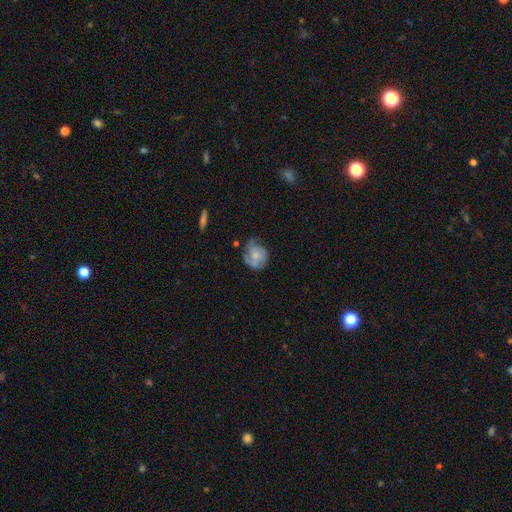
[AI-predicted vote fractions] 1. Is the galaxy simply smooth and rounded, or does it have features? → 57% featured or disk, 35% smooth, 8% star or artifact.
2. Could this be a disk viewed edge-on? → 98% no, 2% yes.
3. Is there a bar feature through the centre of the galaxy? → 75% no, 22% weak, 3% strong.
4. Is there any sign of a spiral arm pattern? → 77% yes, 23% no.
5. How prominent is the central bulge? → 41% small, 37% moderate, 16% none, 5% large, 1% dominant.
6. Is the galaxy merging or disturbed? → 54% none, 28% minor disturbance, 15% major disturbance, 3% merger.